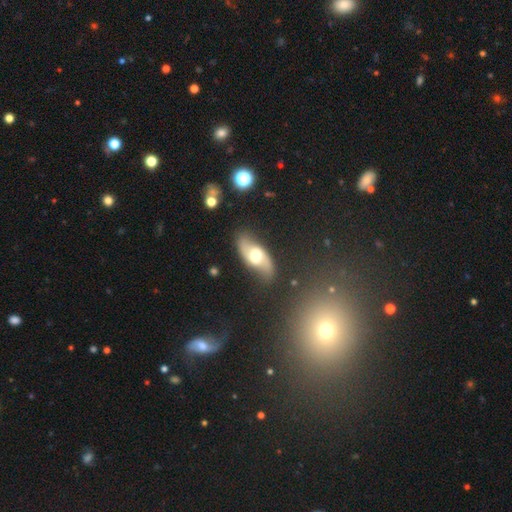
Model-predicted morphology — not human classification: Smooth or featured? Predicted: featured or disk (p=0.64). Edge-on disk? Predicted: no (p=0.88). Bar? Predicted: no (p=0.54). Spiral arms? Predicted: yes (p=0.83). Bulge size? Predicted: moderate (p=0.68). Merging? Predicted: none (p=0.78).